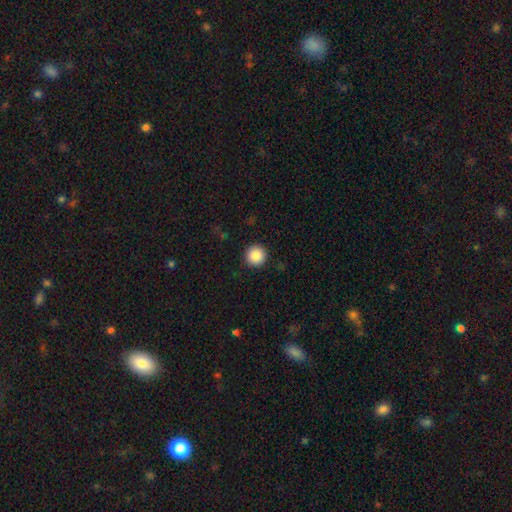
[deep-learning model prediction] Smooth or featured?
  - smooth: 88% *
  - star or artifact: 9%
  - featured or disk: 3%
How rounded?
  - round: 96% *
  - in between: 3%
  - cigar-shaped: 1%
Merging?
  - none: 92% *
  - minor disturbance: 5%
  - major disturbance: 2%
  - merger: 1%